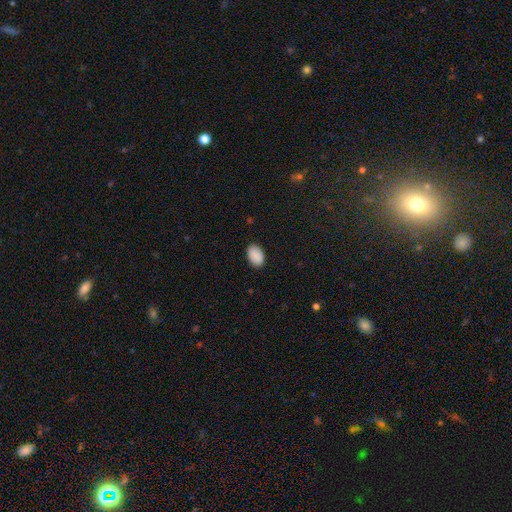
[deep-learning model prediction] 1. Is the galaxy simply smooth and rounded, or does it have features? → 90% smooth, 7% star or artifact, 3% featured or disk.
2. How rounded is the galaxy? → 89% in between, 10% round, 1% cigar-shaped.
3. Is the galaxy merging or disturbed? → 88% none, 9% minor disturbance, 2% major disturbance, 1% merger.